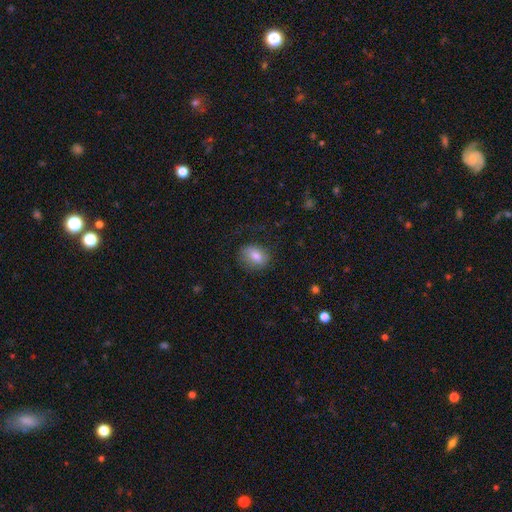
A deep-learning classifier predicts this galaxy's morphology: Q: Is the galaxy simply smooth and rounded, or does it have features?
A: smooth — 78%.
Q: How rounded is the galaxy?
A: in between — 69%.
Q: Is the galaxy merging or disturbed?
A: none — 73%.